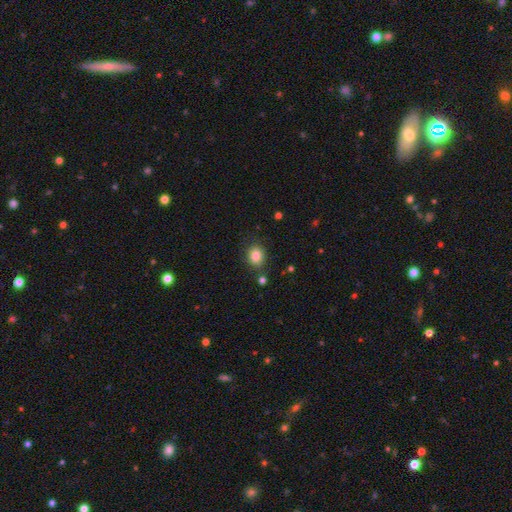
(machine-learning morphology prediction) Q: Smooth or featured?
A: smooth (84%); runner-up: star or artifact (10%)
Q: How rounded?
A: round (62%); runner-up: in between (37%)
Q: Merging?
A: none (80%); runner-up: minor disturbance (12%)